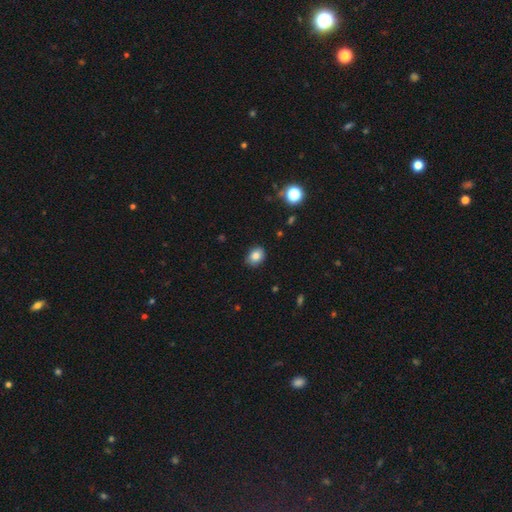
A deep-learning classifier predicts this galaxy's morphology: This is clearly a smooth galaxy (83%). How rounded: possibly in between (55%). Merging: clearly none (82%).